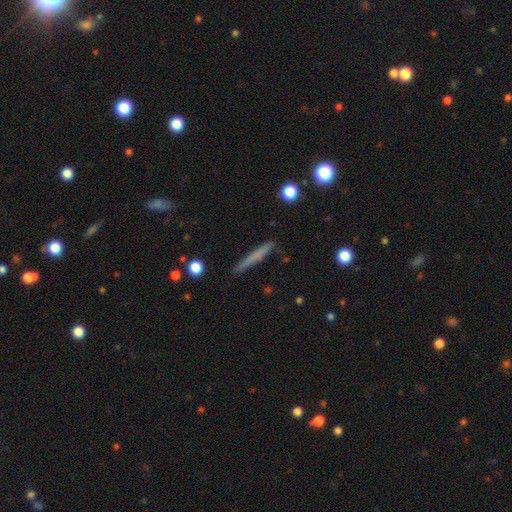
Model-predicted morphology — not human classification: smooth 61%, featured or disk 33%, star or artifact 6%. Down the decision tree: how rounded — cigar-shaped (96%); merging — none (88%).